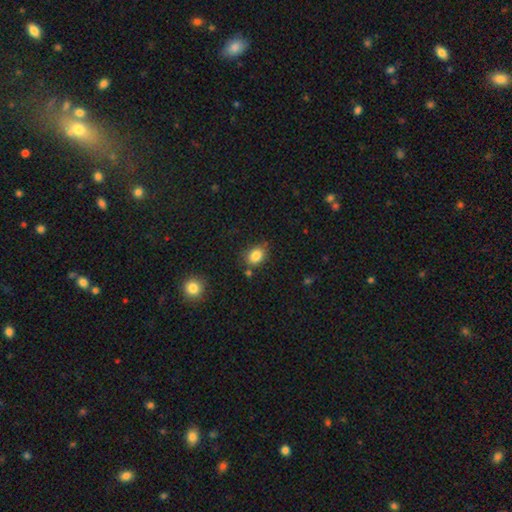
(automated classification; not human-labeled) smooth-or-featured: smooth: 84% | star or artifact: 10% | featured or disk: 6%
  how-rounded: in between: 62% | round: 37% | cigar-shaped: 1%
  merging: none: 72% | minor disturbance: 17% | merger: 7% | major disturbance: 4%